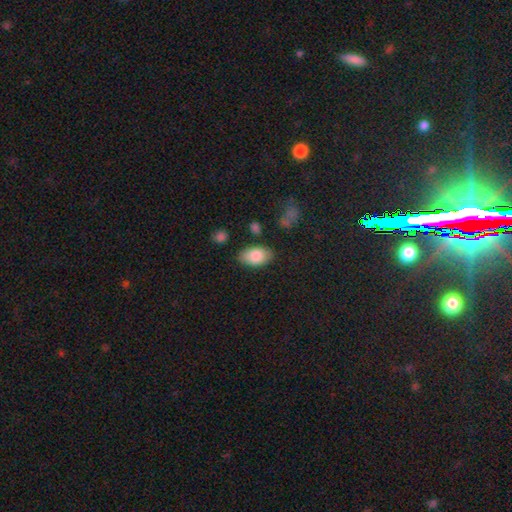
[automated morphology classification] Smooth or featured: smooth — 85% (featured or disk — 9%)
How rounded: in between — 93% (round — 6%)
Merging: none — 78% (minor disturbance — 15%)